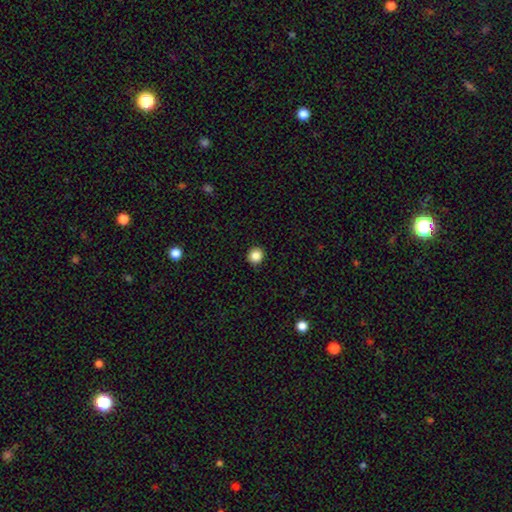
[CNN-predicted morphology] A smooth galaxy with no disk features (86%) that is round (92%). Merging: none (92%).